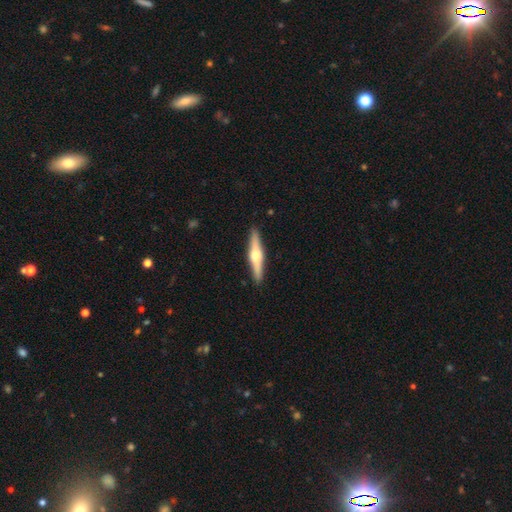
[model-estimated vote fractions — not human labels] Smooth or featured? Predicted: featured or disk (p=0.66). Edge-on disk? Predicted: yes (p=0.97). Edge-on bulge? Predicted: rounded (p=0.95). Merging? Predicted: none (p=0.91).